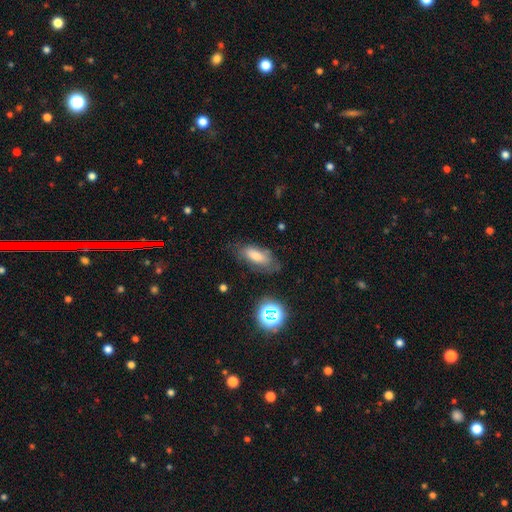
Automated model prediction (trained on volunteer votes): This appears to be a smooth galaxy with no disk features (62%) that is in between round and cigar-shaped (81%). Merging: none (67%).